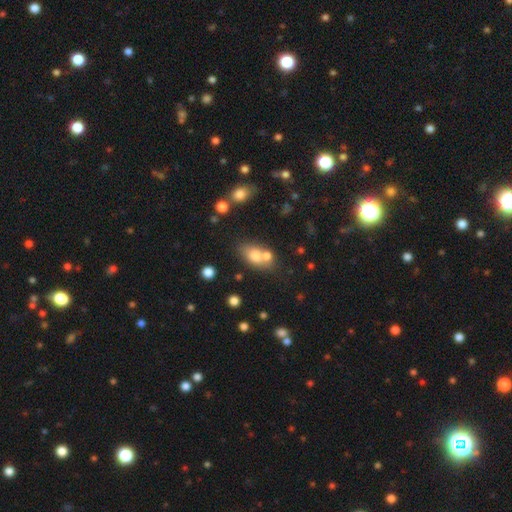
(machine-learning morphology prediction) Overall: smooth (72%). How rounded: in between (74%). Merging: merger (43%; none 42%).